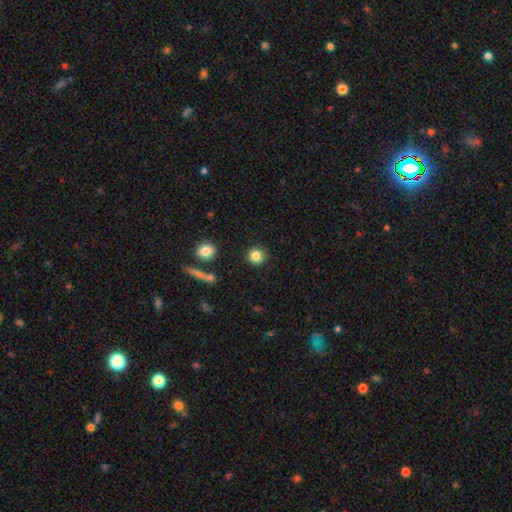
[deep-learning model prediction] A smooth galaxy with no disk features (84%) that is round (91%). Merging: none (88%).